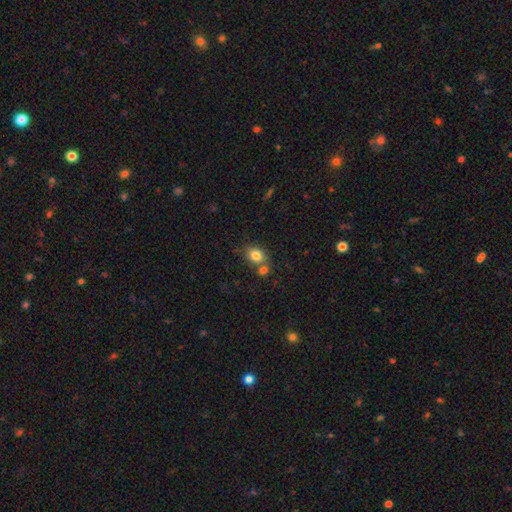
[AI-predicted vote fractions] The model was most divided on "how rounded": in between: 57%, round: 42%, cigar-shaped: 1%. More confident: smooth or featured — smooth (82%); merging — none (55%).